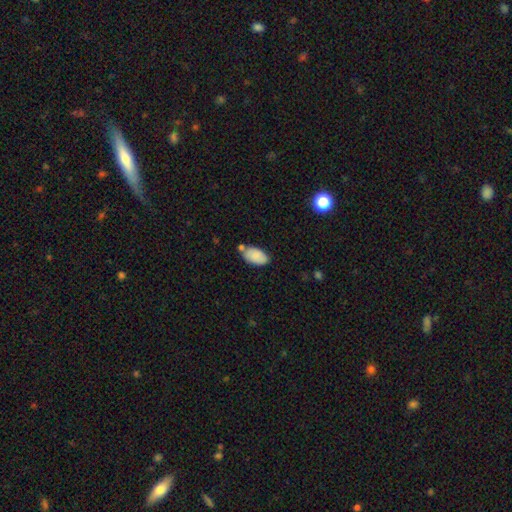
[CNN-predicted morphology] A smooth galaxy with no disk features (85%) that is in between round and cigar-shaped (95%). Merging: none (62%).